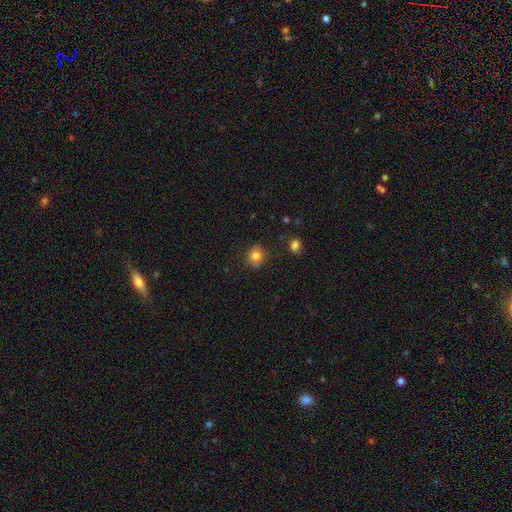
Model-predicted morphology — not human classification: smooth 82%, star or artifact 11%, featured or disk 7%. Down the decision tree: how rounded — round (83%); merging — none (83%).